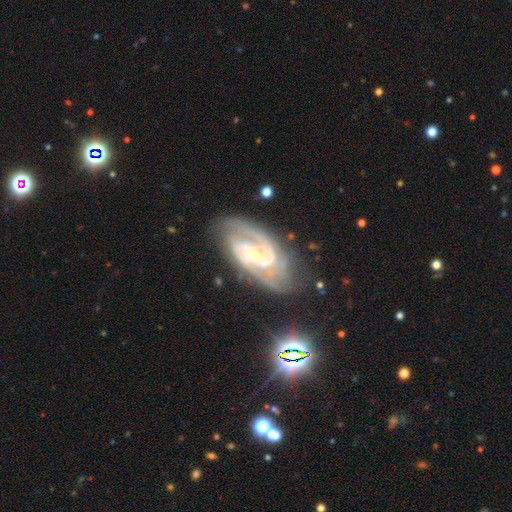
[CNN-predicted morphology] The model was most divided on "bar": no: 46%, weak: 40%, strong: 14%. Remaining: spiral arms — yes (97%); edge-on disk — no (96%); smooth or featured — featured or disk (85%); bulge size — small (69%); merging — none (68%); spiral winding — tight (56%); spiral arm count — 2 (46%).